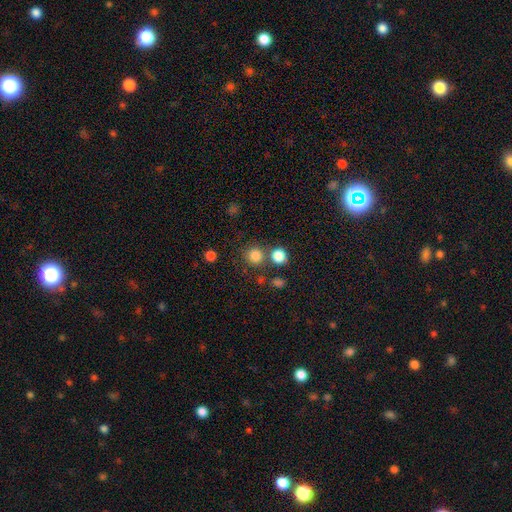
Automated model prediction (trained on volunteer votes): This appears to be a smooth galaxy with no disk features (82%) that is round (91%). Merging: none (71%).